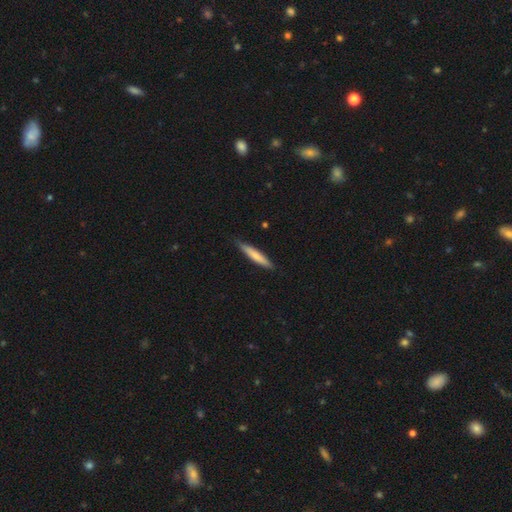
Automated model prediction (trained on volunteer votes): smooth 72%, featured or disk 23%, star or artifact 5%. Down the decision tree: how rounded — cigar-shaped (92%); merging — none (86%).